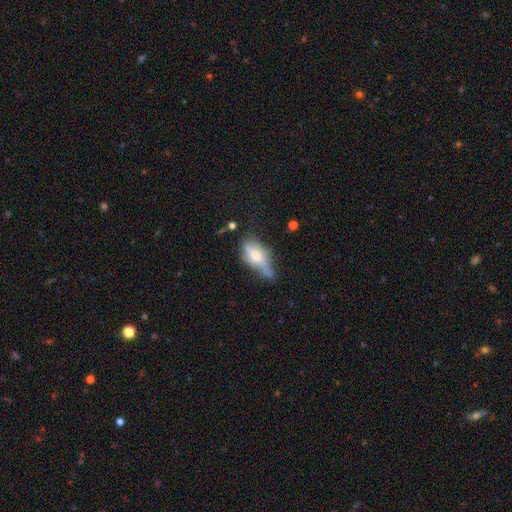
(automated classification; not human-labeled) smooth-or-featured: featured or disk: 46% | smooth: 45% | star or artifact: 9%
  merging: none: 39% | minor disturbance: 32% | major disturbance: 20% | merger: 8%